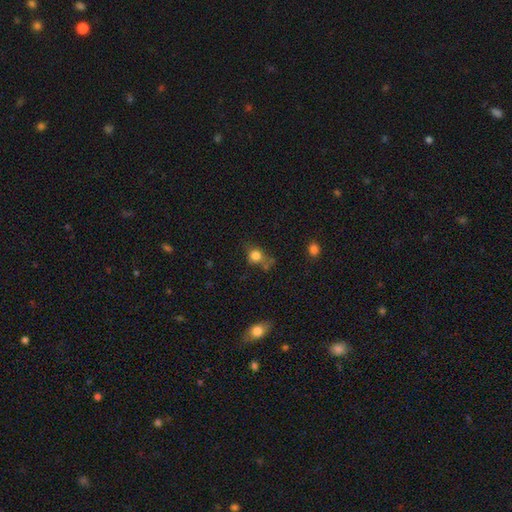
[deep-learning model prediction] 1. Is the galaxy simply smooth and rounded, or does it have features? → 77% smooth, 13% star or artifact, 11% featured or disk.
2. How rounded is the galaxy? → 70% round, 28% in between, 2% cigar-shaped.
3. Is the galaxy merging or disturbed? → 49% none, 24% minor disturbance, 14% major disturbance, 13% merger.